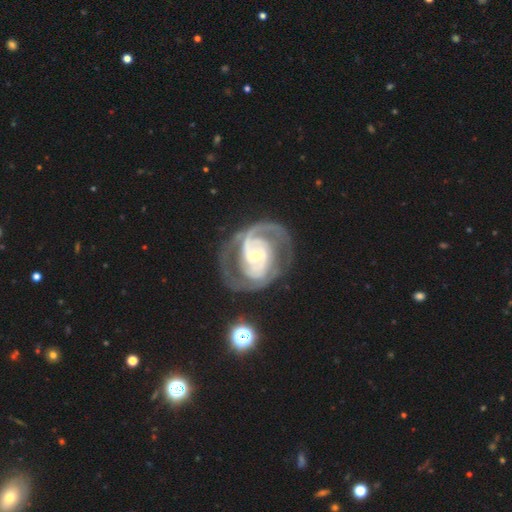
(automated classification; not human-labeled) A featured or disk galaxy (89%) with no bar (39%), 2 (68%) tight (44%, tied with medium) spiral arms (94%) and a small central bulge (56%). Merging: none (65%).